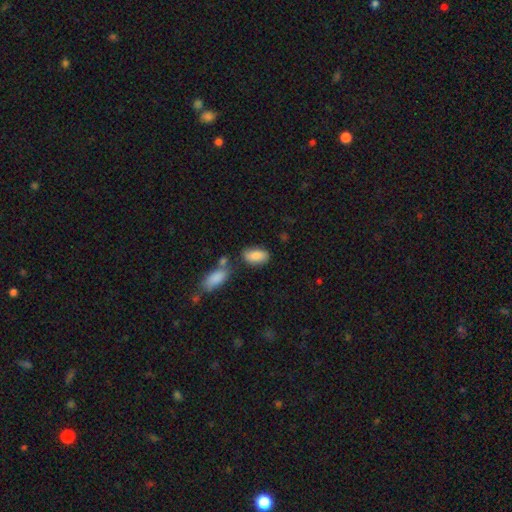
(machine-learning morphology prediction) Smooth or featured: smooth — 84% (featured or disk — 9%)
How rounded: in between — 91% (cigar-shaped — 6%)
Merging: none — 66% (minor disturbance — 17%)